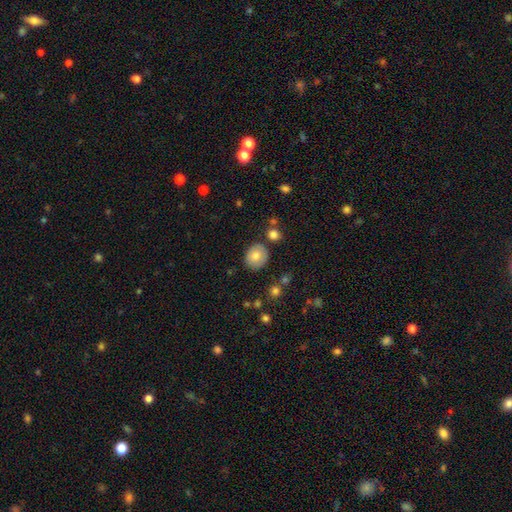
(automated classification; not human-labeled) Smooth or featured: smooth — 75% (featured or disk — 16%)
How rounded: round — 74% (in between — 25%)
Merging: none — 80% (minor disturbance — 13%)